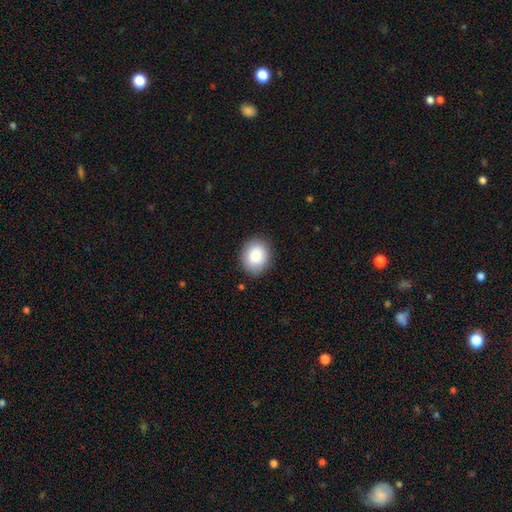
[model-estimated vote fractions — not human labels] Smooth or featured: smooth — 87% (star or artifact — 7%)
How rounded: round — 51% (in between — 48%)
Merging: none — 87% (minor disturbance — 10%)